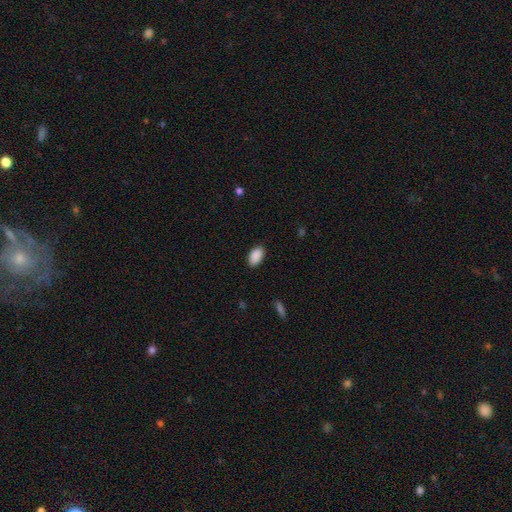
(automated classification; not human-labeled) Smooth or featured: smooth — 91% (star or artifact — 7%)
How rounded: in between — 94% (round — 4%)
Merging: none — 87% (minor disturbance — 10%)